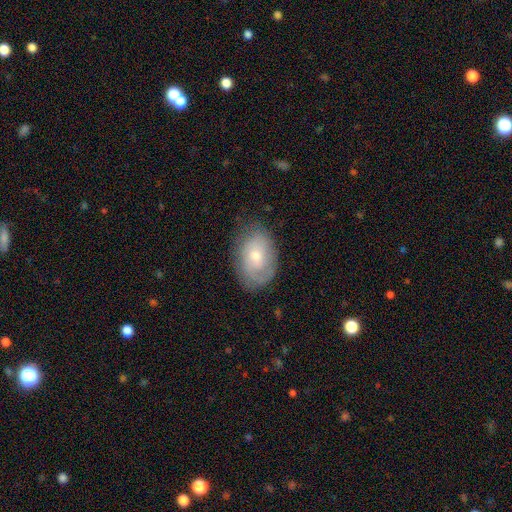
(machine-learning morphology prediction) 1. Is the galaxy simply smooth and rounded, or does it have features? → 46% featured or disk (tied), 46% smooth (tied), 7% star or artifact.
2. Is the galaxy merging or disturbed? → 72% none, 20% minor disturbance, 7% major disturbance, 1% merger.